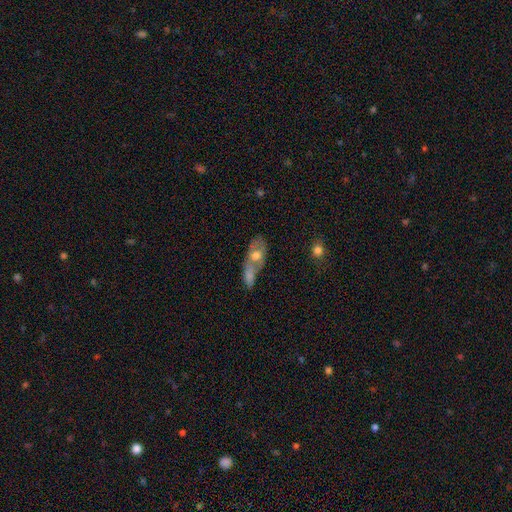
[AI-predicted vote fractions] Smooth or featured? smooth (48%)
Merging? merger (57%)